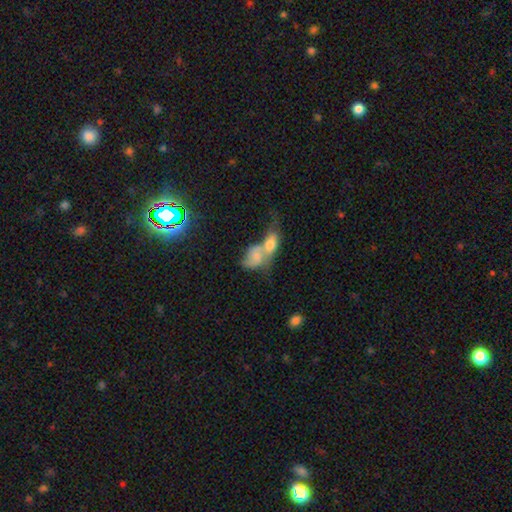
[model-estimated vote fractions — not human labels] Smooth or featured: smooth — 49% (featured or disk — 40%)
Merging: merger — 77% (none — 11%)